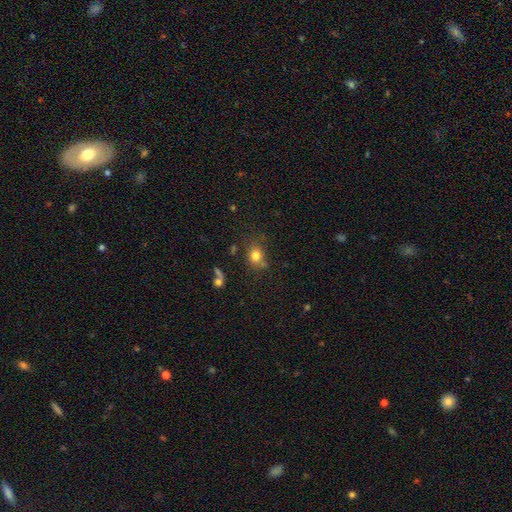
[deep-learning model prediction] The model was most divided on "how rounded": round: 60%, in between: 38%, cigar-shaped: 1%. More confident: smooth or featured — smooth (79%); merging — none (66%).